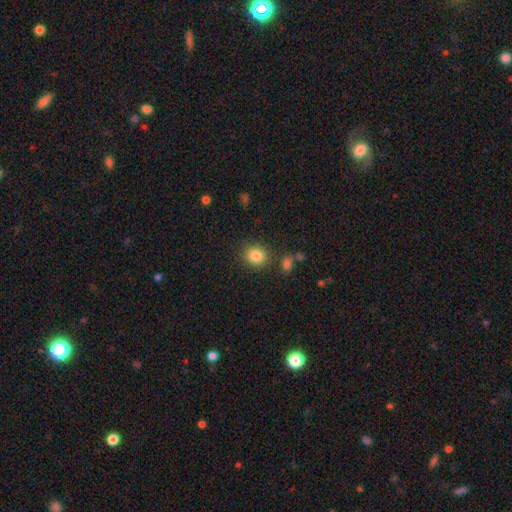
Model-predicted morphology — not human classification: smooth-or-featured: smooth: 85% | star or artifact: 10% | featured or disk: 5%
  how-rounded: round: 80% | in between: 19% | cigar-shaped: 1%
  merging: none: 82% | minor disturbance: 10% | merger: 5% | major disturbance: 3%